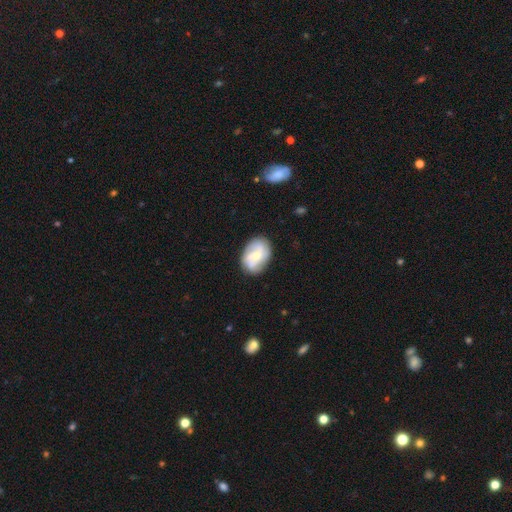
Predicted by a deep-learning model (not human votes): A featured or disk galaxy (56%) with no bar (63%), spiral arms (80%) and a small central bulge (51%).

Vote fractions:
- Smooth or featured? featured or disk: 56% / smooth: 37% / star or artifact: 7%
- Edge-on disk? no: 96% / yes: 4%
- Bar? no: 63% / weak: 30% / strong: 7%
- Spiral arms? yes: 80% / no: 20%
- Bulge size? small: 51% / moderate: 44% / large: 2% / none: 2% / dominant: 1%
- Merging? none: 77% / minor disturbance: 17% / major disturbance: 5% / merger: 2%